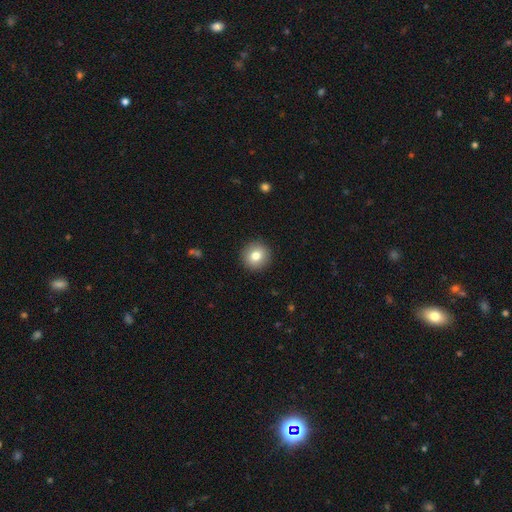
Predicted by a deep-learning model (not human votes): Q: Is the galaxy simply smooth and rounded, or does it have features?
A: smooth — 80%.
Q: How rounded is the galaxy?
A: round — 94%.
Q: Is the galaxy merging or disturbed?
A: none — 92%.